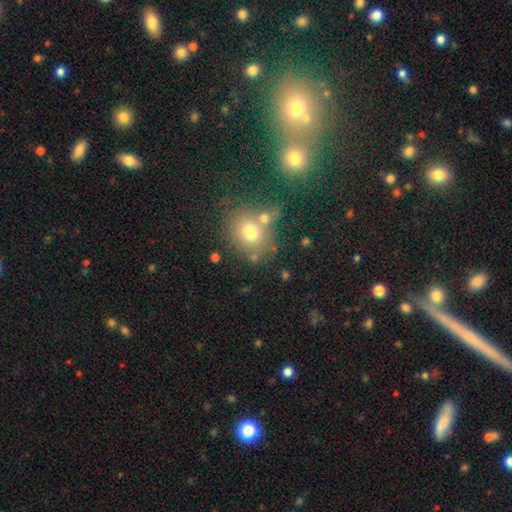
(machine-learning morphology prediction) smooth 66%, star or artifact 21%, featured or disk 13%. Down the decision tree: how rounded — round (73%); merging — none (63%).